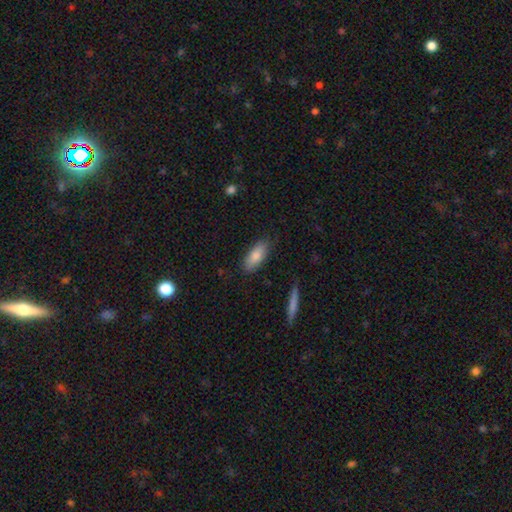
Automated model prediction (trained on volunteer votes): Smooth or featured? Predicted: smooth (p=0.81). How rounded? Predicted: in between (p=0.79). Merging? Predicted: none (p=0.85).